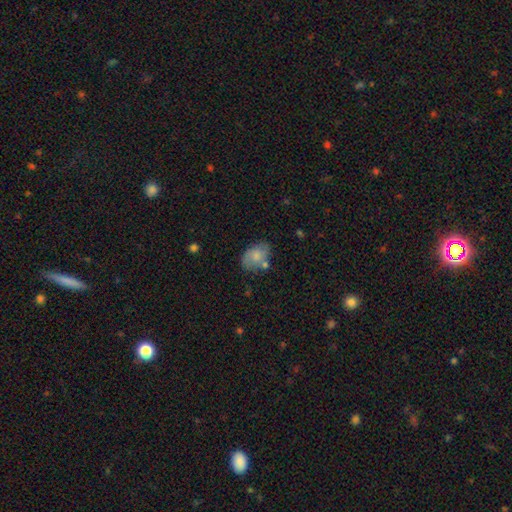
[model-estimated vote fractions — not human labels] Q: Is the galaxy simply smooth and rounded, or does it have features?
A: smooth — 72%.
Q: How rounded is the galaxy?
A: in between — 82%.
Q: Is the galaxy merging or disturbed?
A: none — 58%.